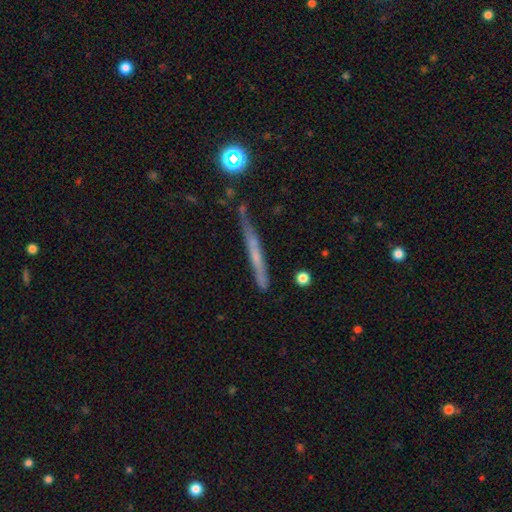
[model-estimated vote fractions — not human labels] Overall: featured or disk (49%; smooth 42%). Merging: none (78%).